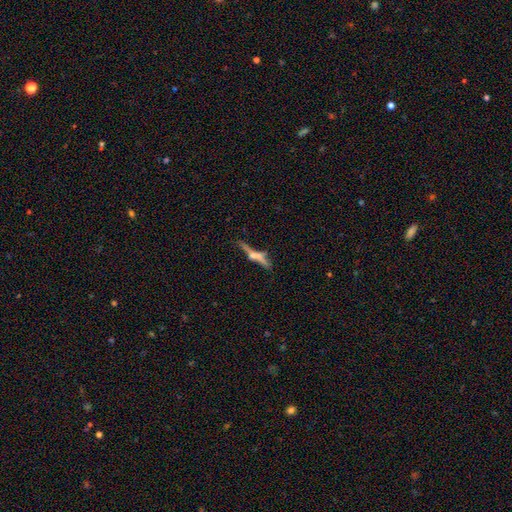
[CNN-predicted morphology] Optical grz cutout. It shows a featured or disk galaxy (54%) viewed edge-on (88%). Merging: none (54%).